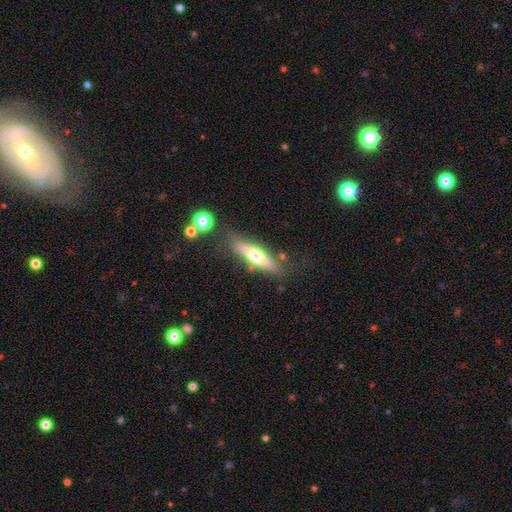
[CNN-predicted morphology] This is possibly a smooth galaxy (47%, tied with featured or disk). Merging: likely none (74%).